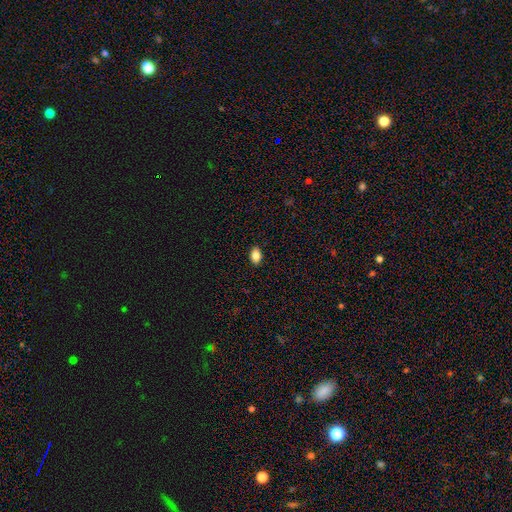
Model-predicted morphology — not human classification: Smooth or featured?
  - smooth: 84% *
  - star or artifact: 9%
  - featured or disk: 7%
How rounded?
  - in between: 84% *
  - round: 14%
  - cigar-shaped: 2%
Merging?
  - none: 90% *
  - minor disturbance: 8%
  - major disturbance: 2%
  - merger: 1%